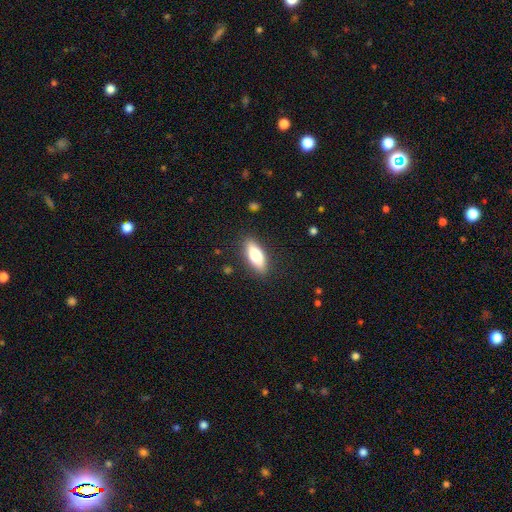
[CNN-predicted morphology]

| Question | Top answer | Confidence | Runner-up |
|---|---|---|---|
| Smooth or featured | smooth | 73% | featured or disk (21%) |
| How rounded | in between | 72% | cigar-shaped (25%) |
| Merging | none | 87% | minor disturbance (10%) |